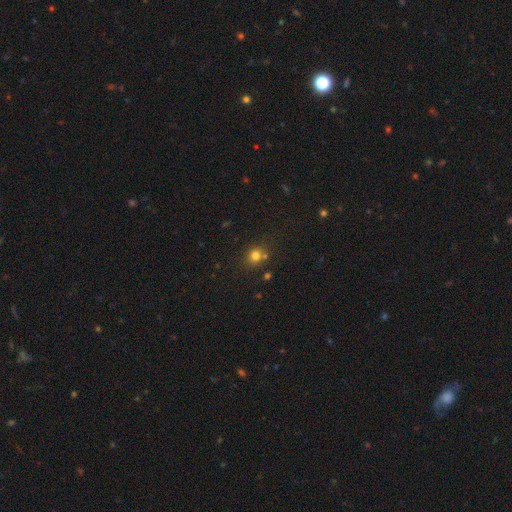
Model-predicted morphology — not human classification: type=smooth (77%); roundness=round (80%); merging=none (72%).